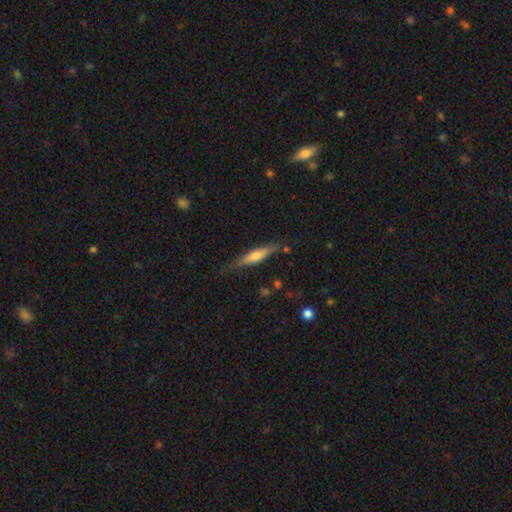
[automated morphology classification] featured or disk 52%, smooth 41%, star or artifact 7%. Down the decision tree: edge-on disk — yes (94%); merging — none (79%).